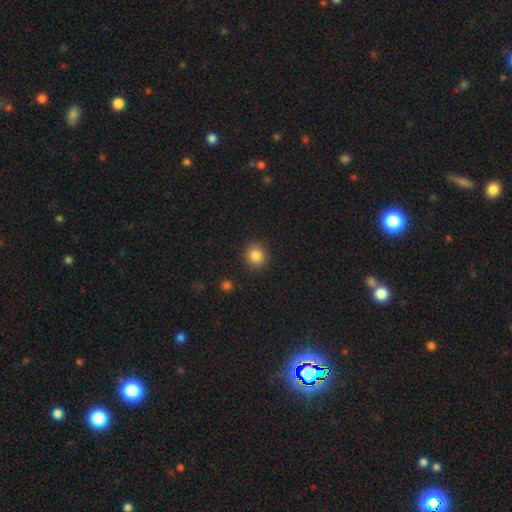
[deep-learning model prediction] Smooth or featured: smooth — 85% (star or artifact — 10%)
How rounded: round — 88% (in between — 11%)
Merging: none — 90% (minor disturbance — 6%)